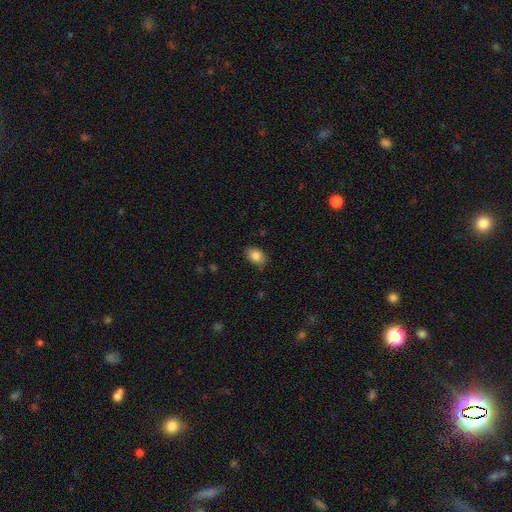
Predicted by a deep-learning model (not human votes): smooth_or_featured: smooth (p=0.85) [alt: star or artifact p=0.08]
how_rounded: in between (p=0.83) [alt: round p=0.16]
merging: none (p=0.82) [alt: minor disturbance p=0.14]